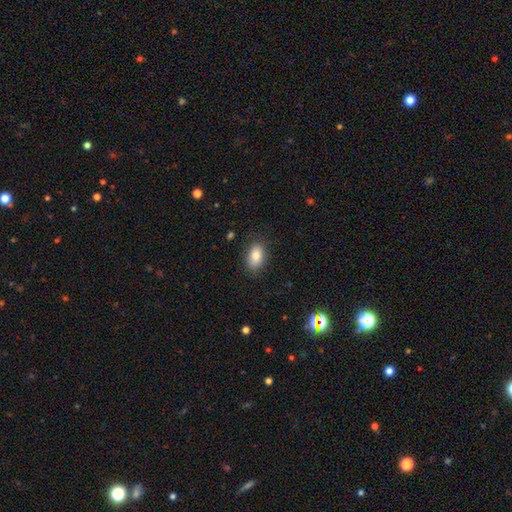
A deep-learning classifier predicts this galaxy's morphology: Overall: smooth (84%). How rounded: in between (91%). Merging: none (83%).